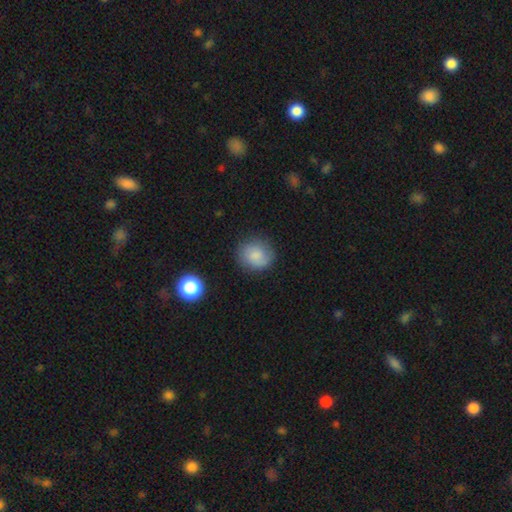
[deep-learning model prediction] smooth 80%, featured or disk 11%, star or artifact 9%. Down the decision tree: how rounded — round (81%); merging — none (80%).